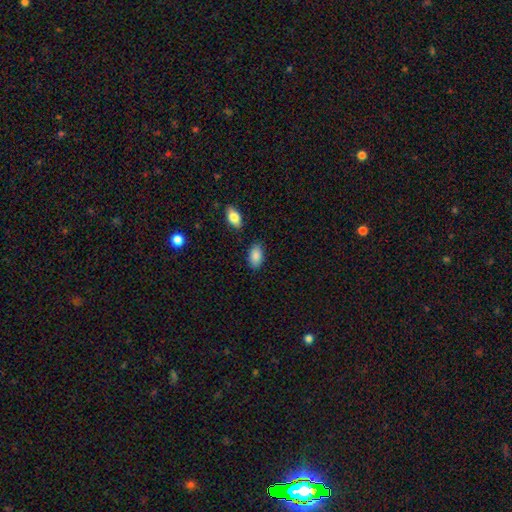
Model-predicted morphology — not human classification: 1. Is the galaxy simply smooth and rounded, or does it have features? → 88% smooth, 7% star or artifact, 5% featured or disk.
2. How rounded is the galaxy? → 93% in between, 5% round, 2% cigar-shaped.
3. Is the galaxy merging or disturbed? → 82% none, 12% minor disturbance, 3% merger, 3% major disturbance.